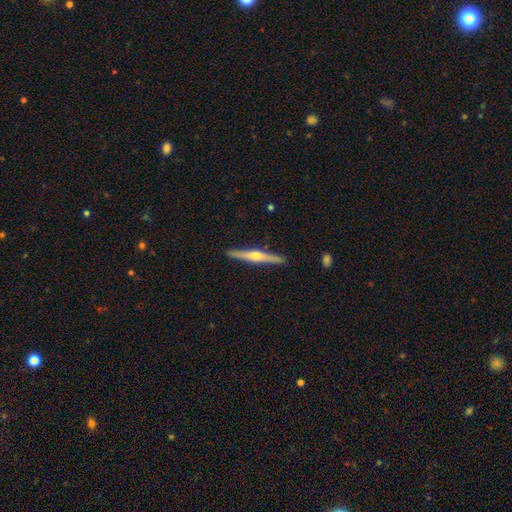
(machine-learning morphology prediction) This appears to be a featured or disk galaxy (70%) viewed edge-on (98%) with a rounded central bulge (91%). Merging: none (91%).